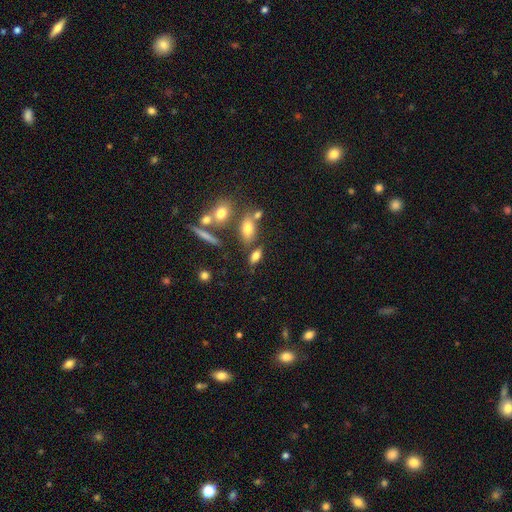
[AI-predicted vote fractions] smooth 73%, featured or disk 16%, star or artifact 11%. Down the decision tree: how rounded — in between (78%); merging — none (65%).